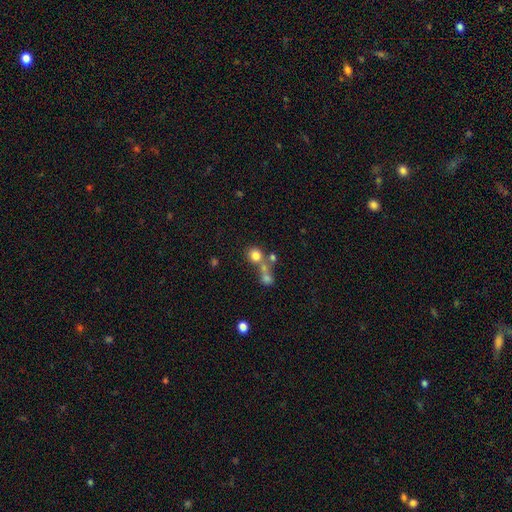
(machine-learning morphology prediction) A smooth galaxy with no disk features (74%) that is round (85%).

Vote fractions:
- Smooth or featured? smooth: 74% / star or artifact: 14% / featured or disk: 11%
- How rounded? round: 85% / in between: 14% / cigar-shaped: 1%
- Merging? none: 48% / merger: 38% / minor disturbance: 8% / major disturbance: 5%